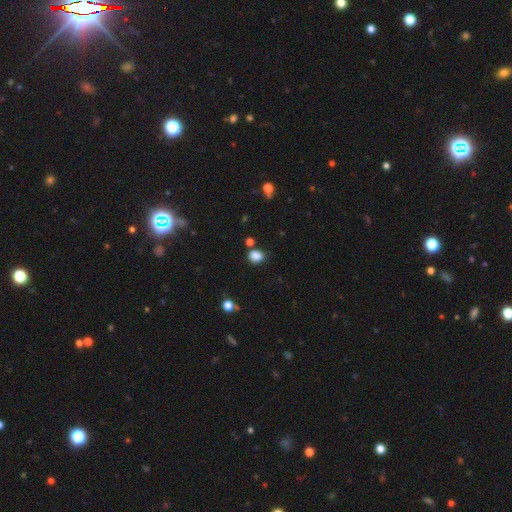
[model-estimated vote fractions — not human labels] Q: Smooth or featured?
A: smooth (84%); runner-up: star or artifact (12%)
Q: How rounded?
A: round (53%); runner-up: in between (46%)
Q: Merging?
A: none (74%); runner-up: minor disturbance (13%)